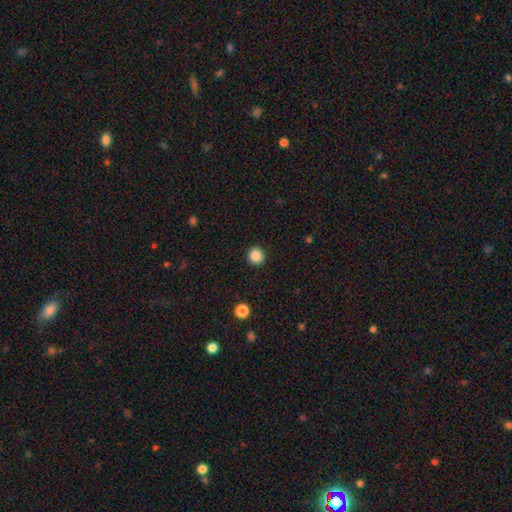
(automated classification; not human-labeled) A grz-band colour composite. It shows a smooth galaxy with no disk features (87%) that is round (94%). Merging: none (92%).